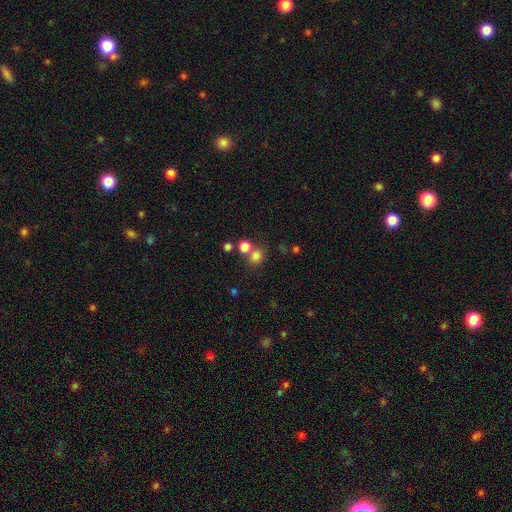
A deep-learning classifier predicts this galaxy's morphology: This appears to be a smooth galaxy with no disk features (77%) that is round (81%). Merging: none (59%).